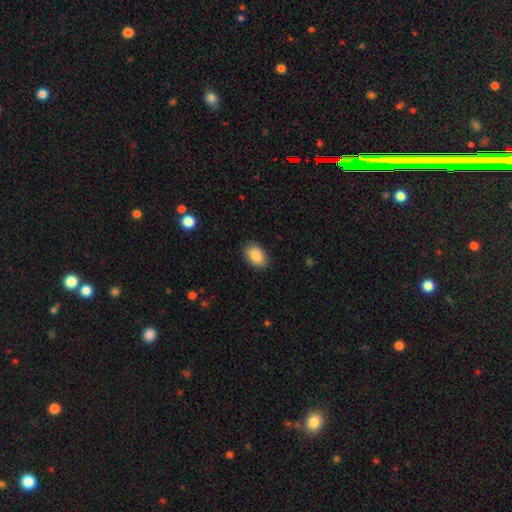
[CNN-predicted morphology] Smooth or featured? smooth (90%)
How rounded? in between (90%)
Merging? none (86%)